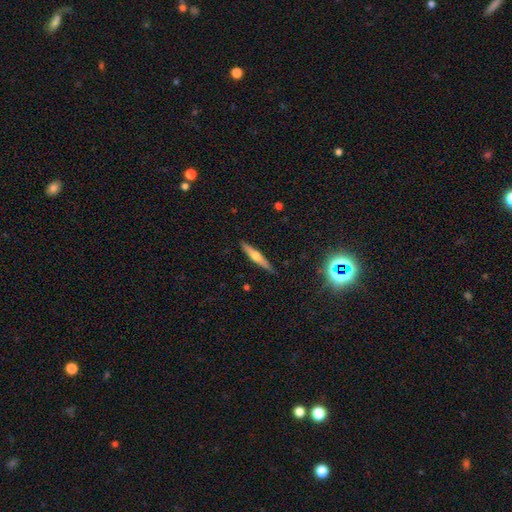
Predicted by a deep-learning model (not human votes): A featured or disk galaxy (58%) viewed edge-on (96%) with a rounded central bulge (90%). Merging: none (90%).